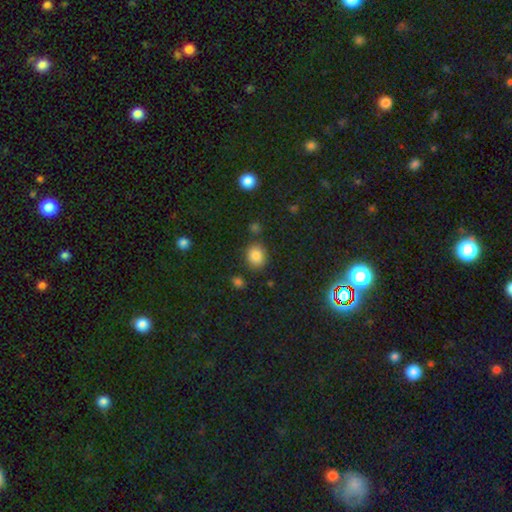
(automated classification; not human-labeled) Q: Smooth or featured?
A: smooth (84%); runner-up: star or artifact (11%)
Q: How rounded?
A: round (66%); runner-up: in between (33%)
Q: Merging?
A: none (81%); runner-up: minor disturbance (11%)